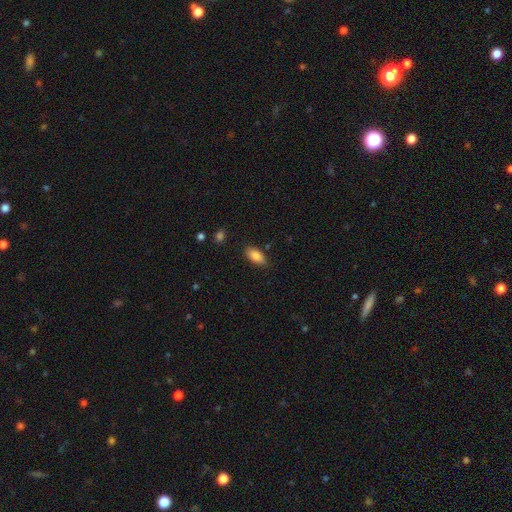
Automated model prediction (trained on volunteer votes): smooth 86%, star or artifact 7%, featured or disk 6%. Down the decision tree: how rounded — in between (90%); merging — none (84%).